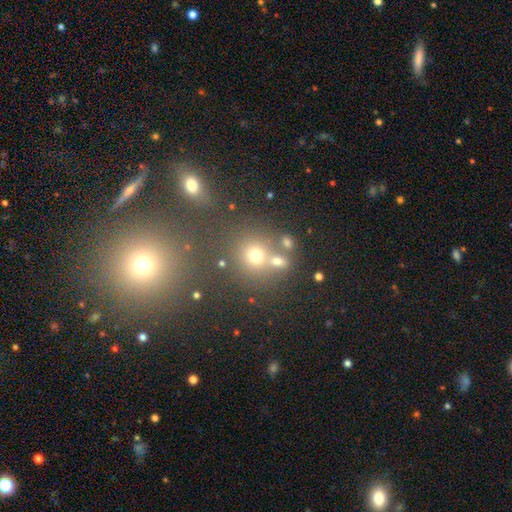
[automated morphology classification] smooth 61%, star or artifact 26%, featured or disk 12%. Down the decision tree: how rounded — round (82%); merging — none (60%).